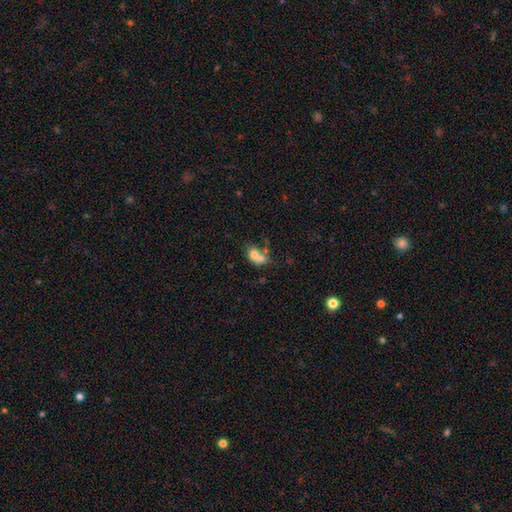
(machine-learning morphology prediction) This appears to be a smooth galaxy with no disk features (67%) that is in between round and cigar-shaped (56%). Merging: merger (63%).